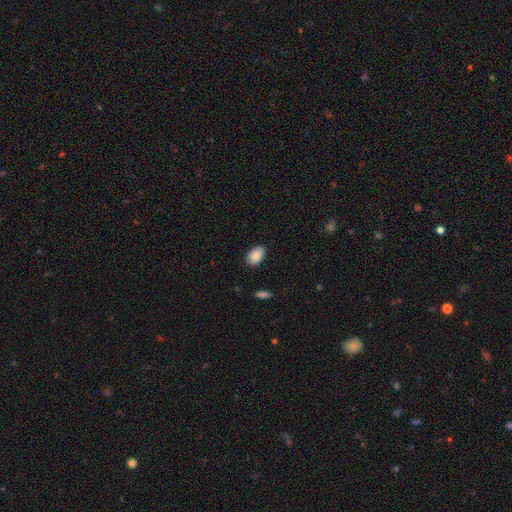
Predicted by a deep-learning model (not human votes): A smooth galaxy with no disk features (88%) that is in between round and cigar-shaped (91%). Merging: none (85%).